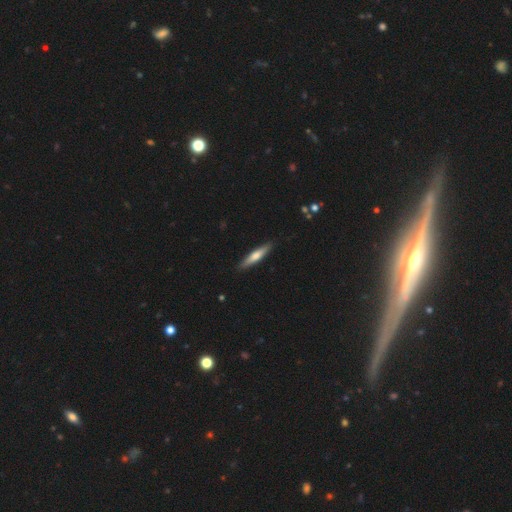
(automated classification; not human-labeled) This is possibly a smooth galaxy (58%). How rounded: clearly cigar-shaped (85%). Merging: clearly none (89%).